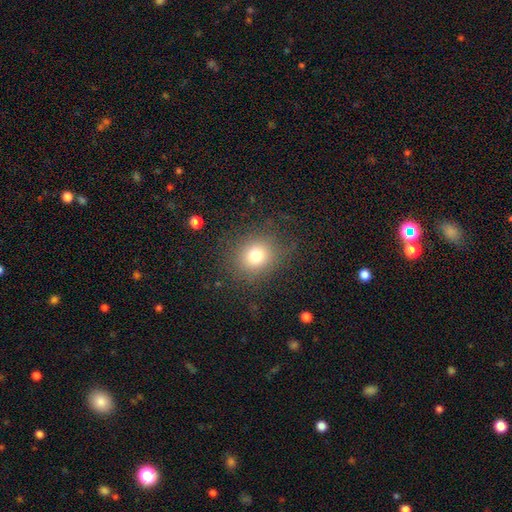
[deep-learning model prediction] smooth-or-featured: smooth: 75% | star or artifact: 15% | featured or disk: 10%
  how-rounded: round: 78% | in between: 21% | cigar-shaped: 1%
  merging: none: 78% | minor disturbance: 12% | major disturbance: 8% | merger: 1%